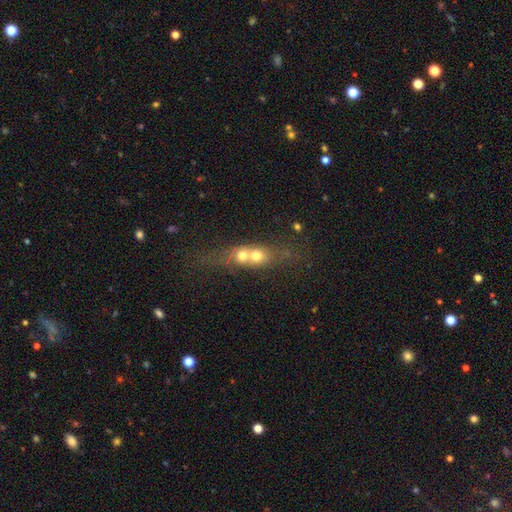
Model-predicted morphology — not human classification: The model was most divided on "smooth or featured": smooth: 47%, featured or disk: 37%, star or artifact: 16%. More confident: merging — merger (59%).